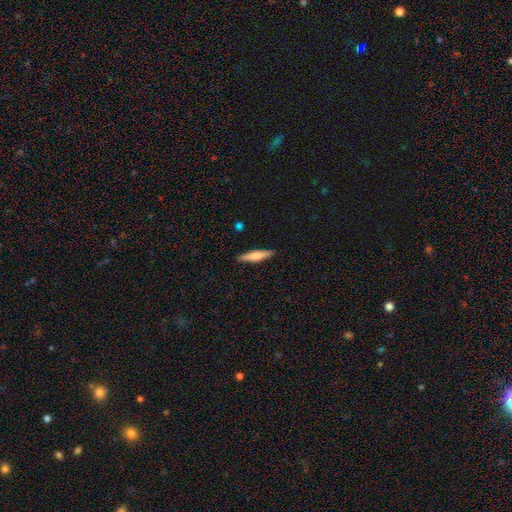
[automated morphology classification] The model was most divided on "smooth or featured": smooth: 60%, featured or disk: 34%, star or artifact: 6%. More confident: merging — none (89%); how rounded — cigar-shaped (83%).